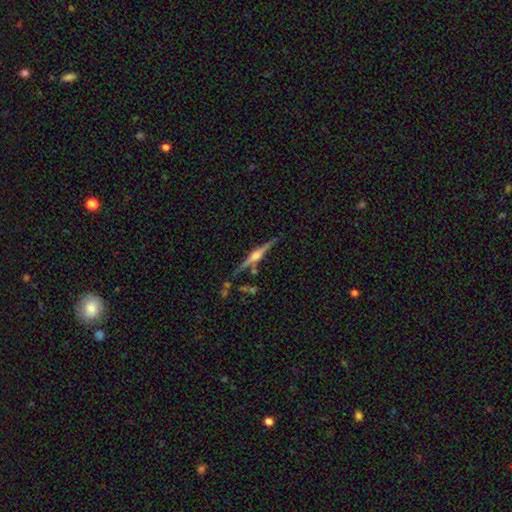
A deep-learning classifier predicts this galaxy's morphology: Q: Smooth or featured?
A: featured or disk (82%); runner-up: smooth (11%)
Q: Edge-on disk?
A: yes (98%); runner-up: no (2%)
Q: Edge-on bulge?
A: rounded (91%); runner-up: boxy (6%)
Q: Merging?
A: none (81%); runner-up: minor disturbance (11%)